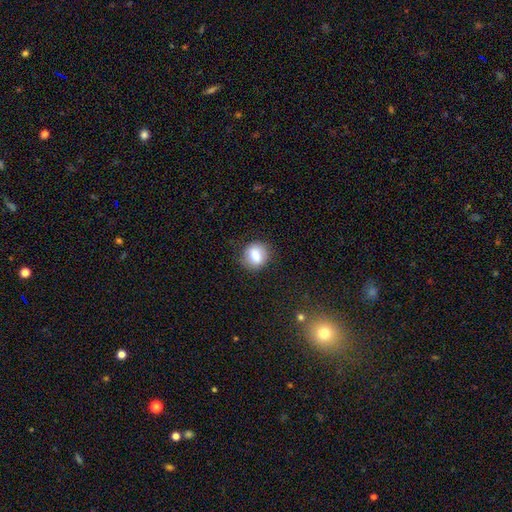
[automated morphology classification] smooth-or-featured: smooth: 78% | featured or disk: 13% | star or artifact: 9%
  how-rounded: round: 76% | in between: 23% | cigar-shaped: 1%
  merging: none: 85% | minor disturbance: 11% | major disturbance: 3% | merger: 1%